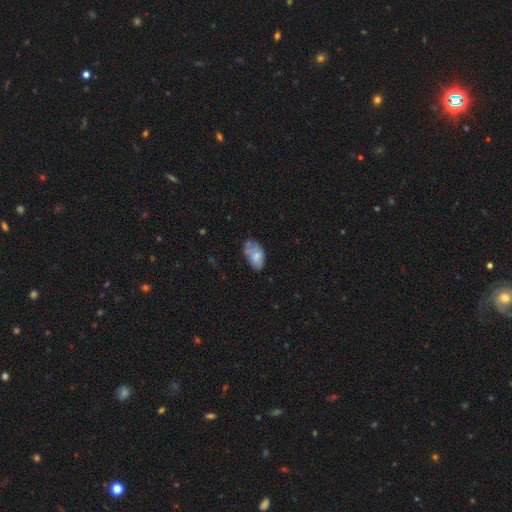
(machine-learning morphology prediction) smooth_or_featured: smooth (p=0.65) [alt: featured or disk p=0.27]
how_rounded: in between (p=0.92) [alt: round p=0.06]
merging: none (p=0.45) [alt: minor disturbance p=0.34]